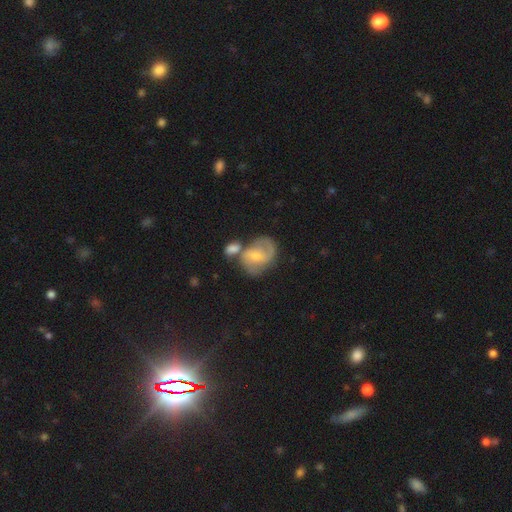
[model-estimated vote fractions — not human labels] smooth_or_featured: featured or disk (p=0.72) [alt: smooth p=0.21]
disk_edge_on: no (p=0.97) [alt: yes p=0.03]
bar: weak (p=0.48) [alt: no p=0.41]
has_spiral_arms: yes (p=0.90) [alt: no p=0.10]
spiral_winding: medium (p=0.52) [alt: loose p=0.28]
spiral_arm_count: 2 (p=0.78) [alt: can't tell p=0.09]
bulge_size: small (p=0.50) [alt: moderate p=0.42]
merging: none (p=0.41) [alt: merger p=0.32]